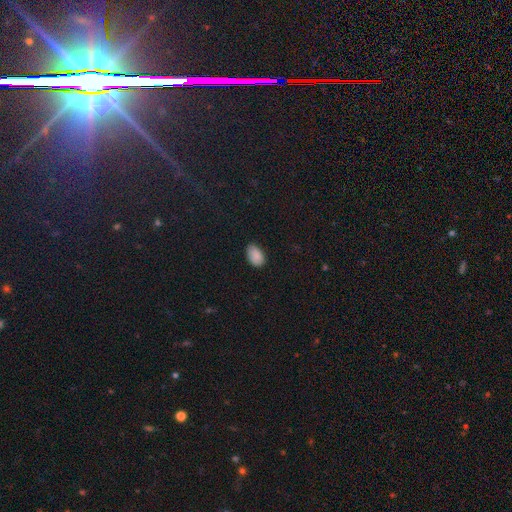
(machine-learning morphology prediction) This appears to be a smooth galaxy with no disk features (88%) that is in between round and cigar-shaped (92%). Merging: none (80%).